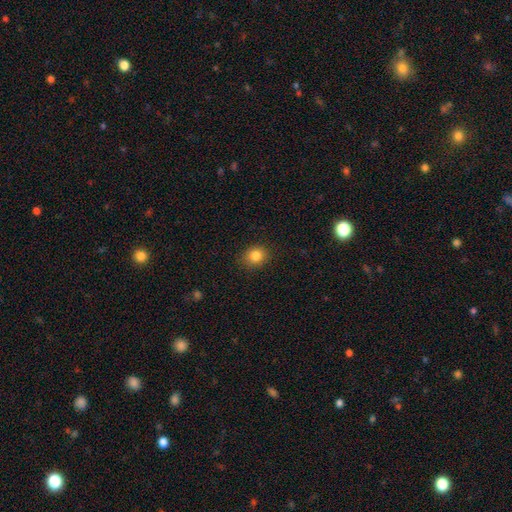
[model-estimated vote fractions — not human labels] Q: Smooth or featured?
A: smooth (83%); runner-up: star or artifact (11%)
Q: How rounded?
A: round (68%); runner-up: in between (31%)
Q: Merging?
A: none (87%); runner-up: minor disturbance (9%)